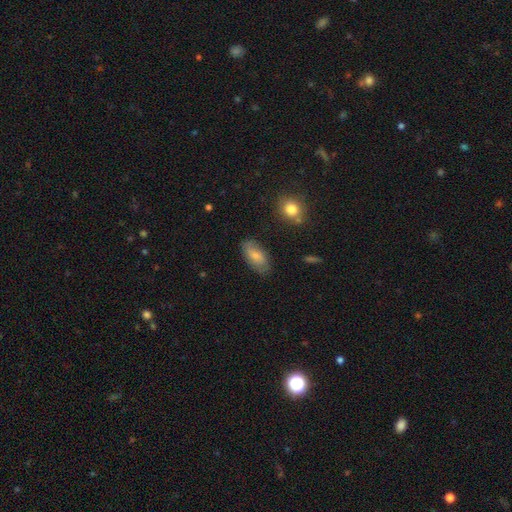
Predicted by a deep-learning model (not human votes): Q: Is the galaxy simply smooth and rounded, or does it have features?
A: smooth — 67%.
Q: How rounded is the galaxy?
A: in between — 91%.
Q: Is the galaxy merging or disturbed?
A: none — 77%.